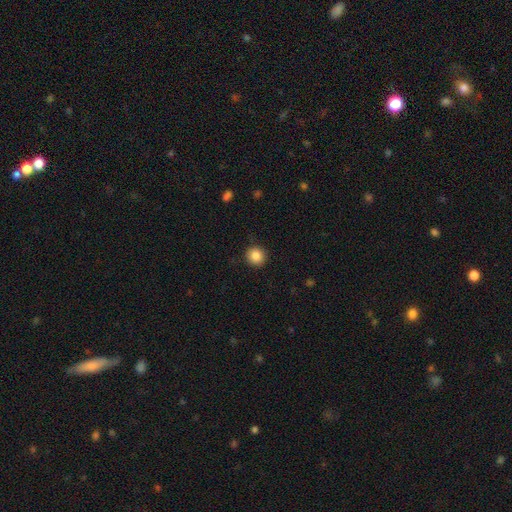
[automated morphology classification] type=smooth (85%); roundness=round (92%); merging=none (90%).